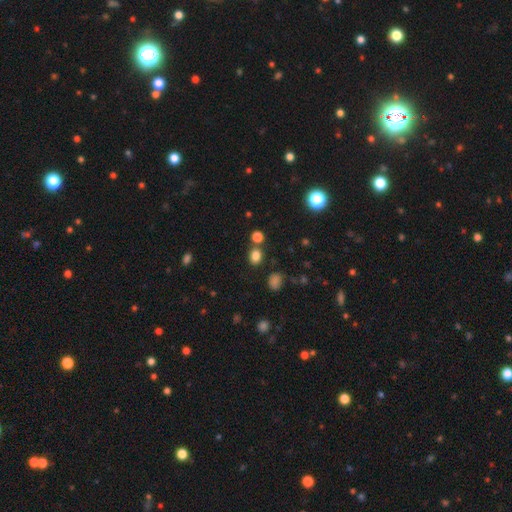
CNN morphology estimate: This is likely a smooth galaxy (79%). How rounded: possibly round (59%). Merging: likely none (72%).